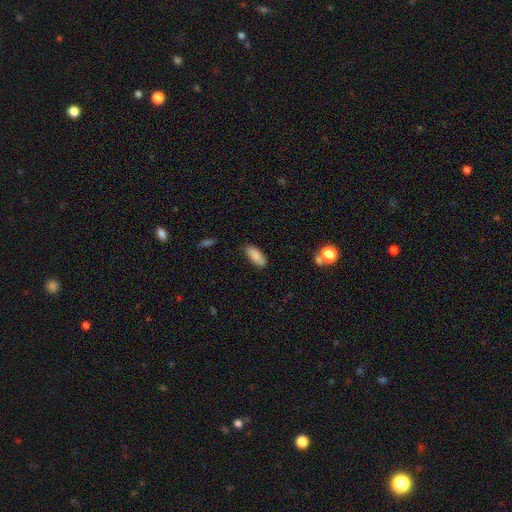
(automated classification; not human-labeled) Q: Smooth or featured?
A: smooth (85%); runner-up: featured or disk (8%)
Q: How rounded?
A: in between (77%); runner-up: cigar-shaped (21%)
Q: Merging?
A: none (78%); runner-up: minor disturbance (17%)